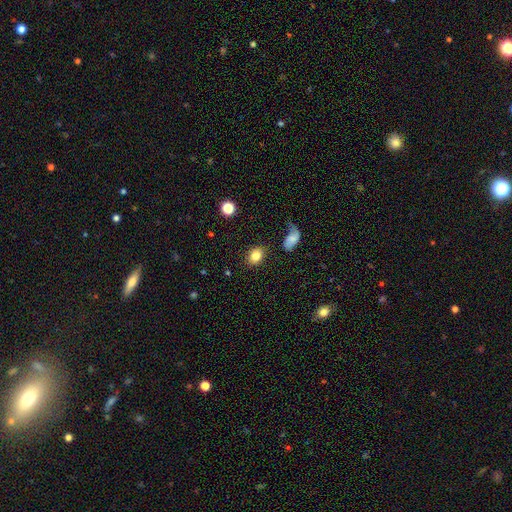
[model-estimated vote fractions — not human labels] The model was most divided on "how rounded": in between: 63%, round: 36%, cigar-shaped: 1%. More confident: smooth or featured — smooth (81%); merging — none (80%).